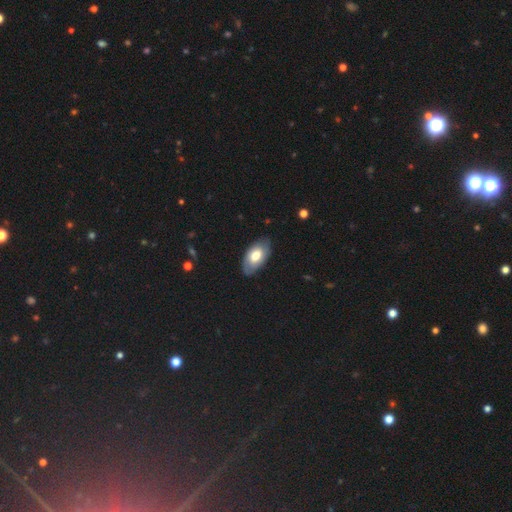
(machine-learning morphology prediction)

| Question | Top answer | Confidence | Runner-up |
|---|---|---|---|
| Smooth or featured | smooth | 65% | featured or disk (29%) |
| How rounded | in between | 95% | round (3%) |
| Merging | none | 80% | minor disturbance (16%) |